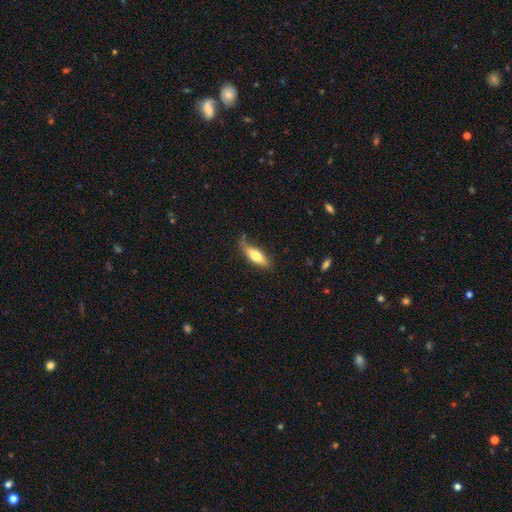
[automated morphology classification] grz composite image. It shows a smooth galaxy with no disk features (71%) that is in between round and cigar-shaped (58%). Merging: none (65%).